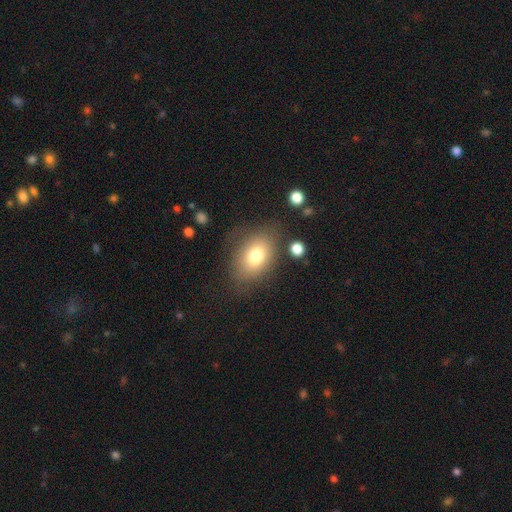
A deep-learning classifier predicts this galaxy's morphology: A smooth galaxy with no disk features (76%) that is in between round and cigar-shaped (75%). Merging: none (71%).